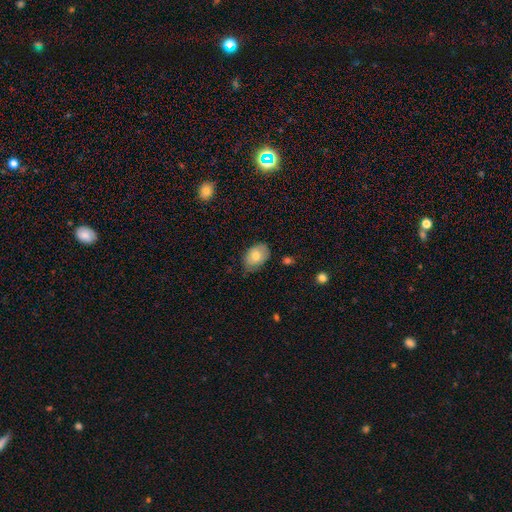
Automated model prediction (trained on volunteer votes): This is likely a smooth galaxy (73%). How rounded: clearly in between (84%). Merging: likely none (69%).